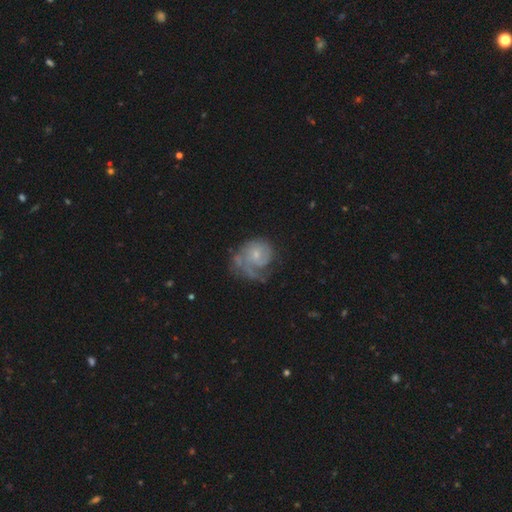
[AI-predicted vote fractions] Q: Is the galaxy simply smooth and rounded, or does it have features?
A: featured or disk — 73%.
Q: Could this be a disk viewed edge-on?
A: no — 98%.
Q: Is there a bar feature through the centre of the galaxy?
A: no — 71%.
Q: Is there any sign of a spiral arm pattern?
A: yes — 88%.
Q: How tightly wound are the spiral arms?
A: tight — 49%.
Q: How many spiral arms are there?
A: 1 — 48%.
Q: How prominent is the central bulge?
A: small — 67%.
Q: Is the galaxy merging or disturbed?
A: none — 42%.